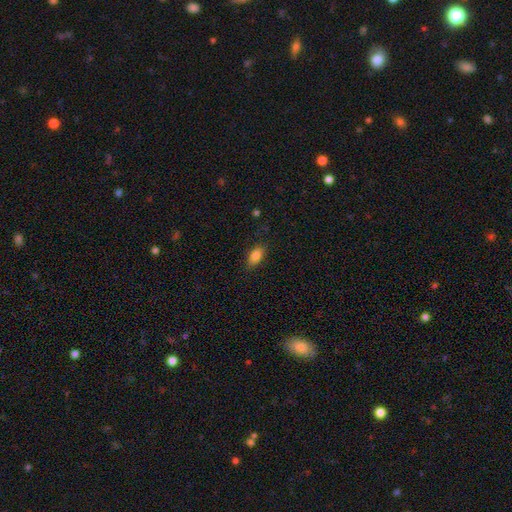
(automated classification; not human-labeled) Q: Smooth or featured?
A: smooth (83%); runner-up: star or artifact (8%)
Q: How rounded?
A: in between (87%); runner-up: cigar-shaped (7%)
Q: Merging?
A: none (83%); runner-up: minor disturbance (13%)